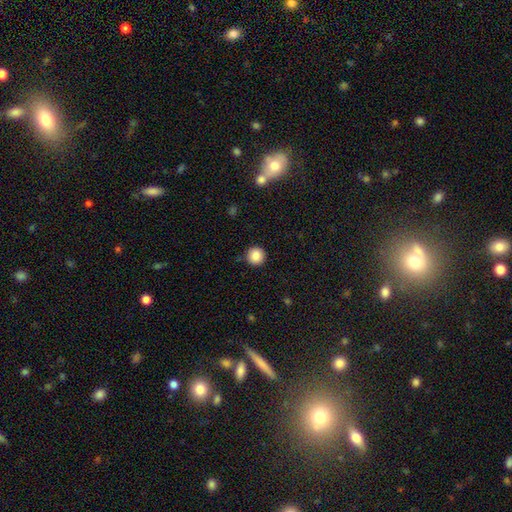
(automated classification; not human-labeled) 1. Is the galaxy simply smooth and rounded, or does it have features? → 86% smooth, 9% star or artifact, 4% featured or disk.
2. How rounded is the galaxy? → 96% round, 3% in between, 1% cigar-shaped.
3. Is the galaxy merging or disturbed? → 91% none, 6% minor disturbance, 2% major disturbance, 1% merger.